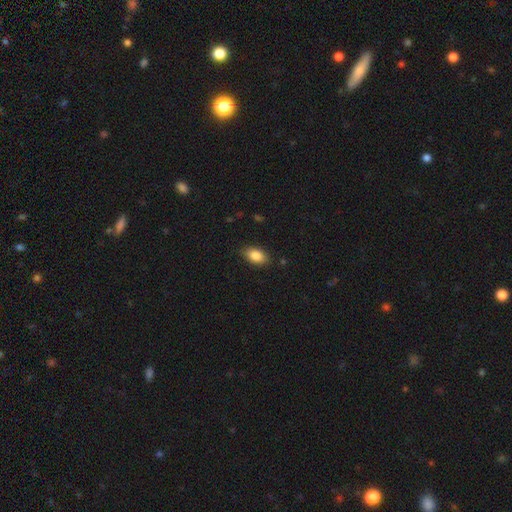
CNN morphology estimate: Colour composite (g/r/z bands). It shows a smooth galaxy with no disk features (85%) that is in between round and cigar-shaped (90%). Merging: none (83%).